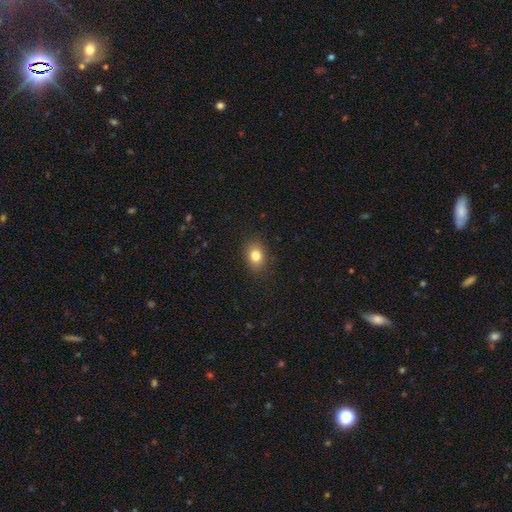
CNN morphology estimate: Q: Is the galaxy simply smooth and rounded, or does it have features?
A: smooth — 81%.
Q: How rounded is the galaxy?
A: in between — 64%.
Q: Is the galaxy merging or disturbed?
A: none — 87%.